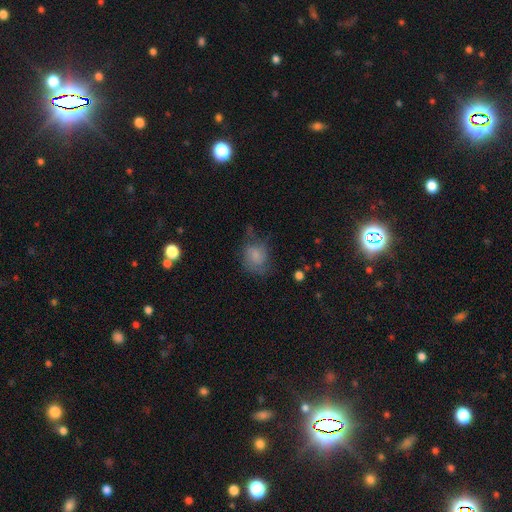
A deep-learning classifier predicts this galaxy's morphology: Smooth or featured? smooth (66%)
How rounded? round (55%)
Merging? none (48%)